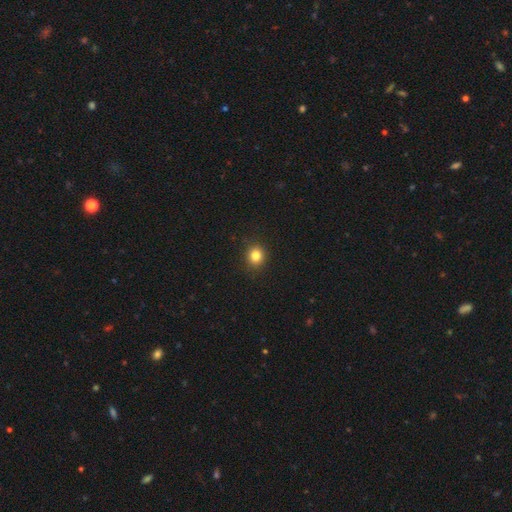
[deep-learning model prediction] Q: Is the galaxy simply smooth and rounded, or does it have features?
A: smooth — 83%.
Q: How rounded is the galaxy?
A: round — 81%.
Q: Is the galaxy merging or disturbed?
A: none — 90%.